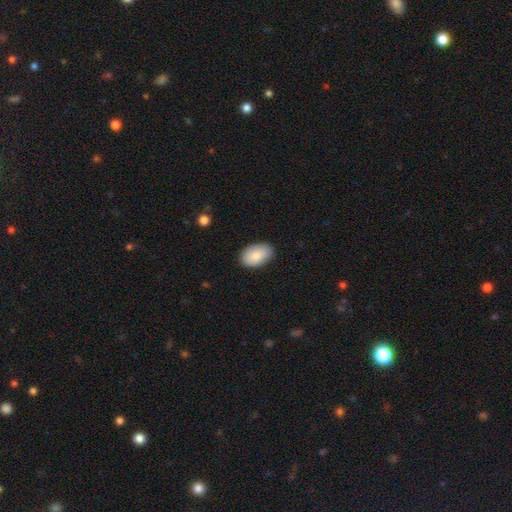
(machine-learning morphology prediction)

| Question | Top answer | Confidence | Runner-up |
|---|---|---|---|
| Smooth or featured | smooth | 84% | featured or disk (10%) |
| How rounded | in between | 92% | round (7%) |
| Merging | none | 84% | minor disturbance (12%) |